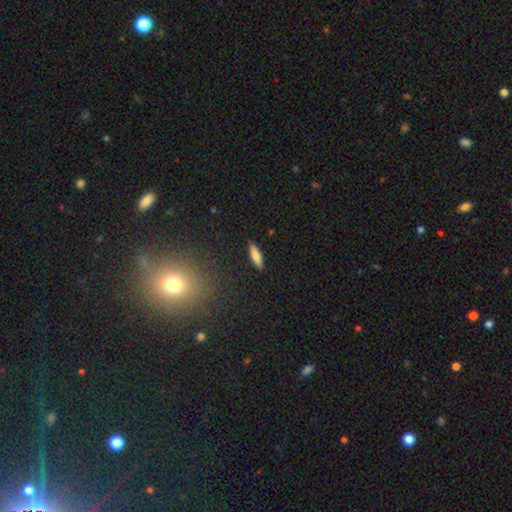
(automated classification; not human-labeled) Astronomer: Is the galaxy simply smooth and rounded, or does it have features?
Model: smooth — 79%.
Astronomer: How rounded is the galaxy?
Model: cigar-shaped — 56% (runner-up: in between, 42%).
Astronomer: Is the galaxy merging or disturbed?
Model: none — 88%.